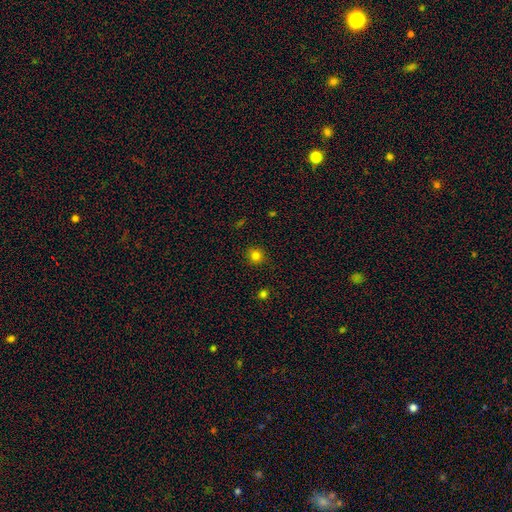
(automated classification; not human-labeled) A smooth galaxy with no disk features (80%) that is round (90%). Merging: none (90%).